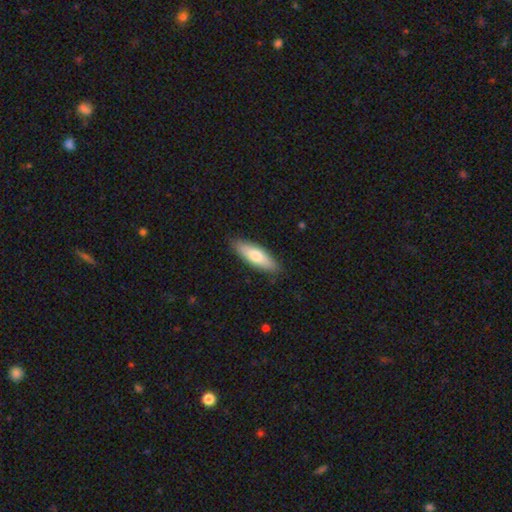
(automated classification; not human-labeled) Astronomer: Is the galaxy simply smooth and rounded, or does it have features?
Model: smooth — 71%.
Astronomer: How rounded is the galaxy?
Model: cigar-shaped — 50% (runner-up: in between, 48%).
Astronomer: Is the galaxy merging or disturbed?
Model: none — 87%.